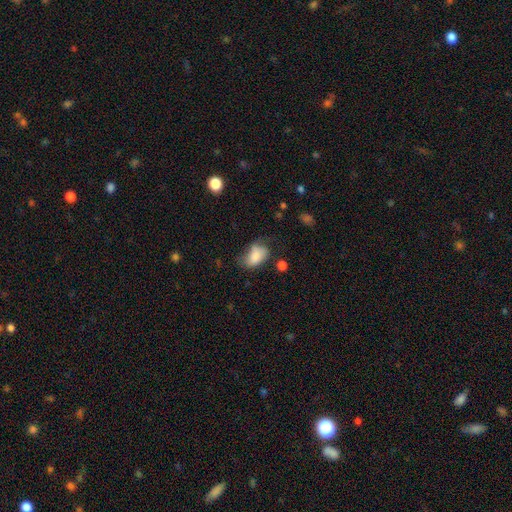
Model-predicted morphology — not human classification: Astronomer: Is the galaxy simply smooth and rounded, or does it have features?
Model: smooth — 79%.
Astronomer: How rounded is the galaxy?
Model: in between — 87%.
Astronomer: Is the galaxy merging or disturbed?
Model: none — 43% (runner-up: minor disturbance, 36%).